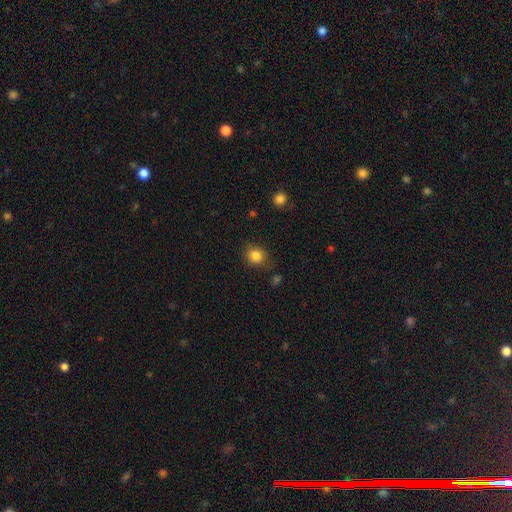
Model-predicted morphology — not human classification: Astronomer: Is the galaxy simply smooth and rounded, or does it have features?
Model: smooth — 84%.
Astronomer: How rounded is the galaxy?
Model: round — 77%.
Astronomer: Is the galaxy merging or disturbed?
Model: none — 81%.